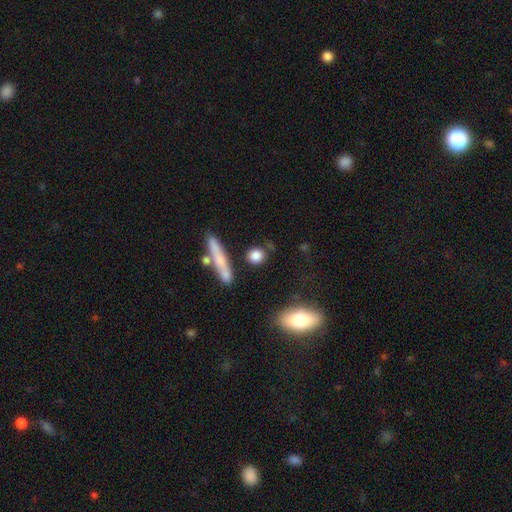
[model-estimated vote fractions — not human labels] A smooth galaxy with no disk features (82%) that is round (73%).

Vote fractions:
- Smooth or featured? smooth: 82% / star or artifact: 9% / featured or disk: 9%
- How rounded? round: 73% / in between: 16% / cigar-shaped: 11%
- Merging? none: 77% / minor disturbance: 12% / merger: 7% / major disturbance: 4%